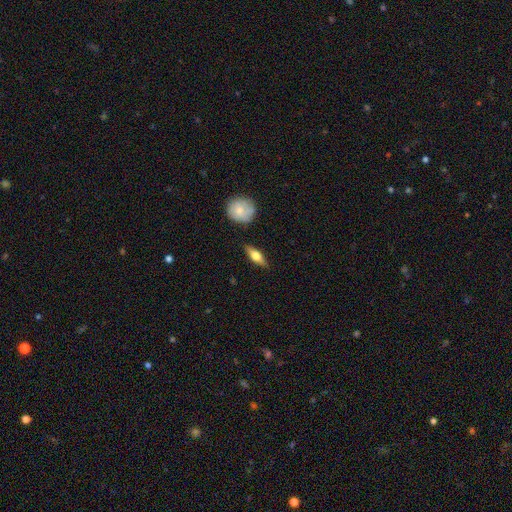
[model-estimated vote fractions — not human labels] Q: Smooth or featured?
A: featured or disk (47%); runner-up: smooth (46%)
Q: Merging?
A: none (85%); runner-up: minor disturbance (10%)